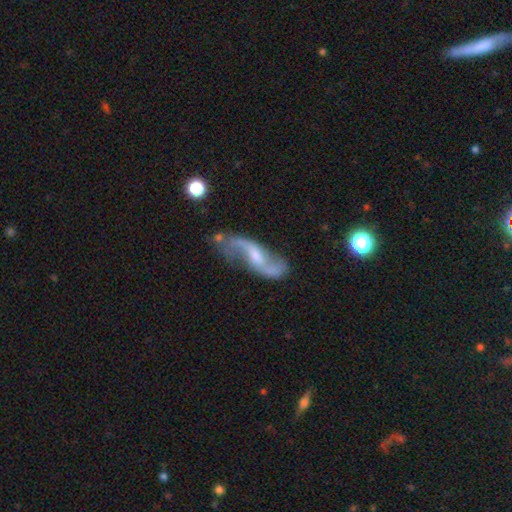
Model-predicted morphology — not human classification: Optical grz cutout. It shows a featured or disk galaxy (87%) with a weak bar (45%), 2 (92%) loose (70%) spiral arms (96%) and a small central bulge (44%). Merging: none (72%).